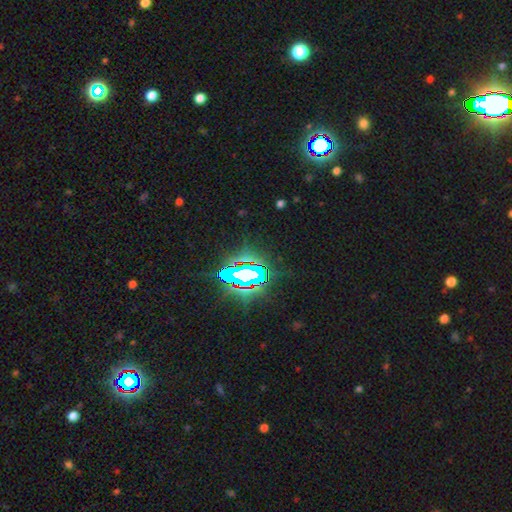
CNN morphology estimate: This is likely a star or artifact rather than a galaxy (79%).